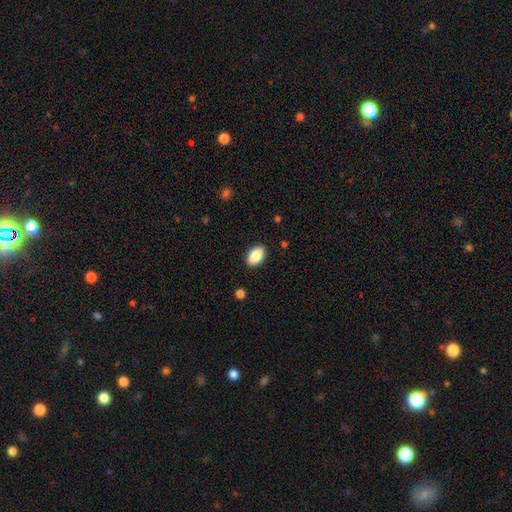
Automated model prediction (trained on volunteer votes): A smooth galaxy with no disk features (86%) that is in between round and cigar-shaped (92%).

Vote fractions:
- Smooth or featured? smooth: 86% / star or artifact: 7% / featured or disk: 7%
- How rounded? in between: 92% / round: 7% / cigar-shaped: 2%
- Merging? none: 89% / minor disturbance: 8% / major disturbance: 2% / merger: 1%